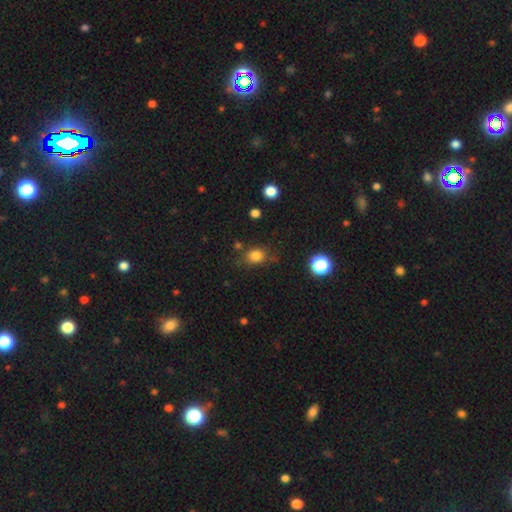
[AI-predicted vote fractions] This appears to be a smooth galaxy with no disk features (81%) that is round (55%). Merging: none (74%).